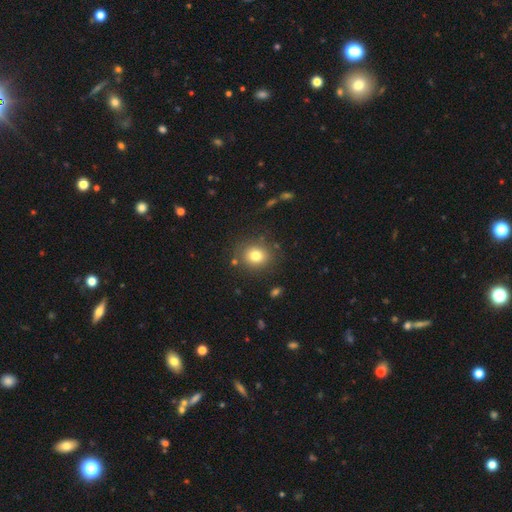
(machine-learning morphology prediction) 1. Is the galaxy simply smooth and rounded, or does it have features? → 78% smooth, 12% star or artifact, 10% featured or disk.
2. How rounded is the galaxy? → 75% round, 24% in between, 1% cigar-shaped.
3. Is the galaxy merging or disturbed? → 84% none, 10% minor disturbance, 4% major disturbance, 3% merger.